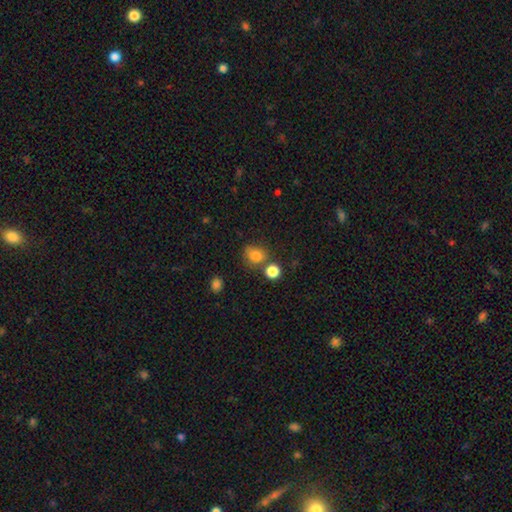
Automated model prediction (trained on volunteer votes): This is likely a smooth galaxy (79%). How rounded: likely round (61%). Merging: likely none (61%).